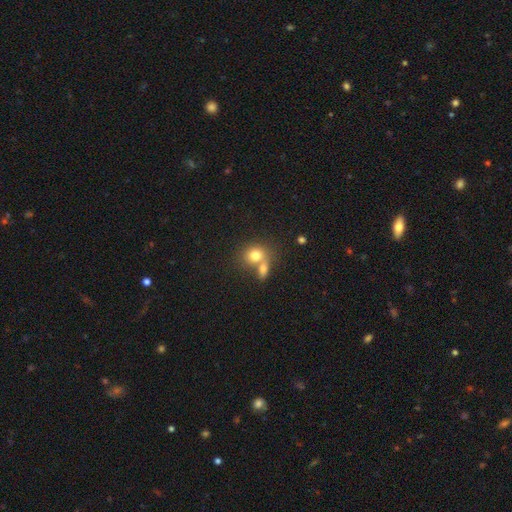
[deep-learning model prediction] A smooth galaxy with no disk features (76%) that is round (64%). Merging: merger (52%).